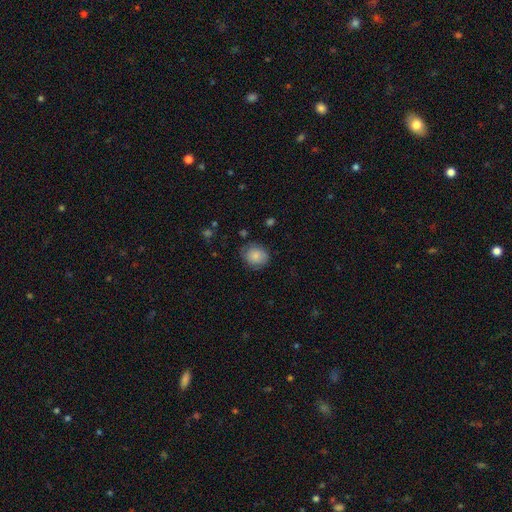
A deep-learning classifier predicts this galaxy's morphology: Q: Smooth or featured?
A: smooth (83%); runner-up: featured or disk (10%)
Q: How rounded?
A: round (66%); runner-up: in between (33%)
Q: Merging?
A: none (76%); runner-up: minor disturbance (18%)